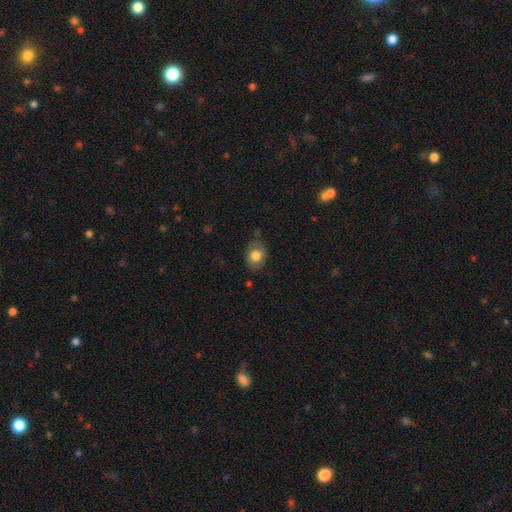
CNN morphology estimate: Q: Smooth or featured?
A: smooth (73%); runner-up: featured or disk (19%)
Q: How rounded?
A: in between (62%); runner-up: round (37%)
Q: Merging?
A: none (73%); runner-up: minor disturbance (20%)